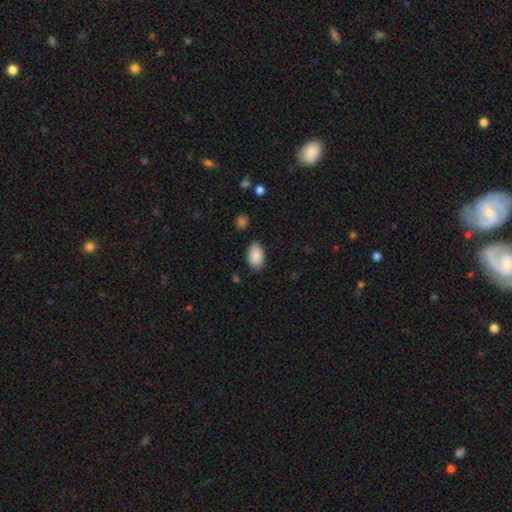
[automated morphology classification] type=smooth (89%); roundness=in between (92%); merging=none (83%).